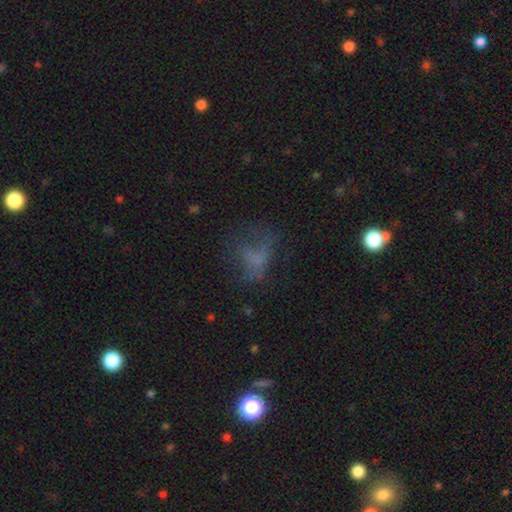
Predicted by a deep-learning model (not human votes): smooth 45%, featured or disk 30%, star or artifact 24%. Down the decision tree: merging — none (40%).